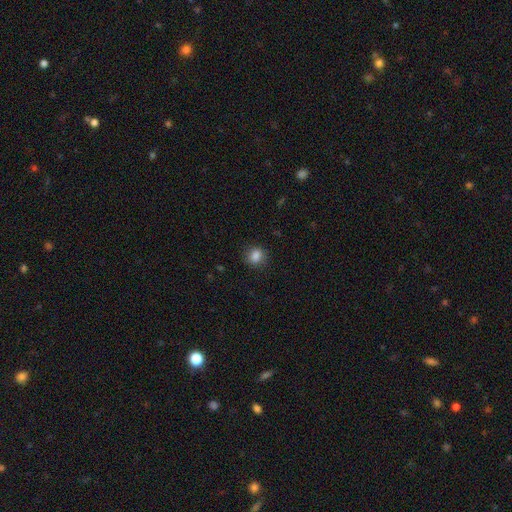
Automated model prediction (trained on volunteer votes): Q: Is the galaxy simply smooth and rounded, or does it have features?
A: smooth — 85%.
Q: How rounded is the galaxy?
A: round — 77%.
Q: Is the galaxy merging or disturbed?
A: none — 87%.